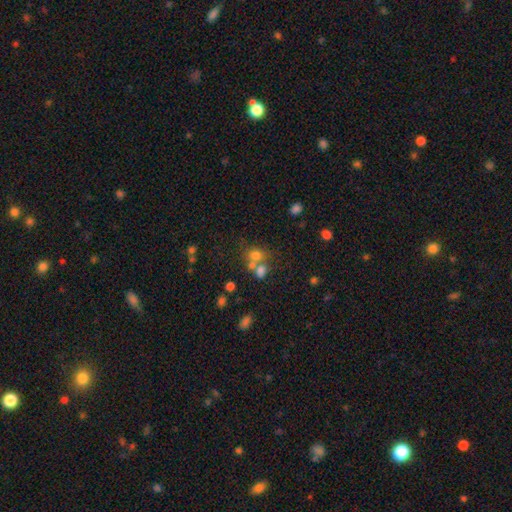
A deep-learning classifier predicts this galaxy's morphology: A smooth galaxy with no disk features (69%) that is round (66%).

Vote fractions:
- Smooth or featured? smooth: 69% / star or artifact: 18% / featured or disk: 14%
- How rounded? round: 66% / in between: 33% / cigar-shaped: 1%
- Merging? none: 43% / merger: 42% / minor disturbance: 10% / major disturbance: 6%